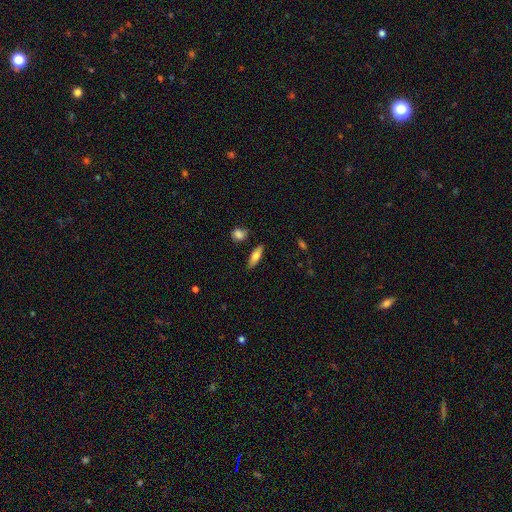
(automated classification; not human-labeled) Smooth or featured? Predicted: smooth (p=0.74). How rounded? Predicted: in between (p=0.58). Merging? Predicted: none (p=0.84).